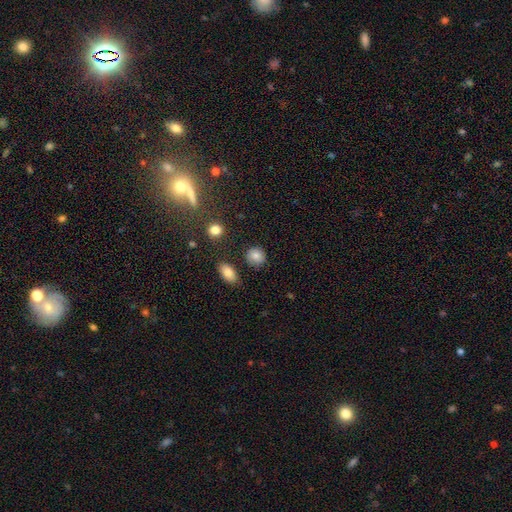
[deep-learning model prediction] Smooth or featured?
  - smooth: 83% *
  - star or artifact: 10%
  - featured or disk: 7%
How rounded?
  - round: 85% *
  - in between: 14%
  - cigar-shaped: 1%
Merging?
  - none: 84% *
  - minor disturbance: 10%
  - merger: 3%
  - major disturbance: 3%